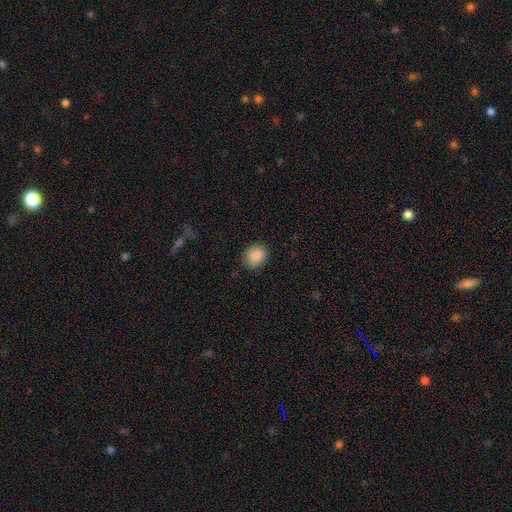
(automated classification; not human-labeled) The model was most divided on "how rounded": round: 60%, in between: 40%, cigar-shaped: 1%. More confident: smooth or featured — smooth (88%); merging — none (84%).